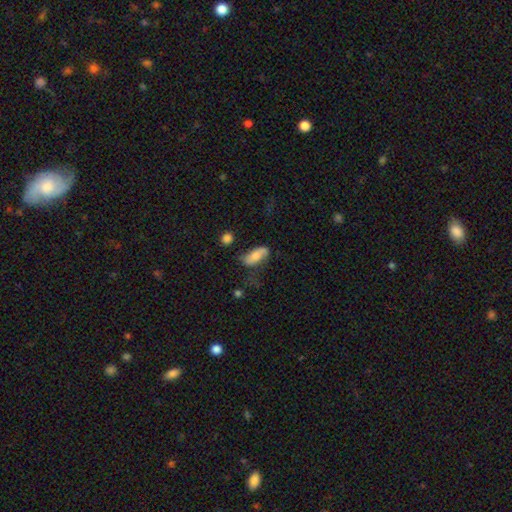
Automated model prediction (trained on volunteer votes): Smooth or featured? smooth (58%)
How rounded? in between (82%)
Merging? none (49%)